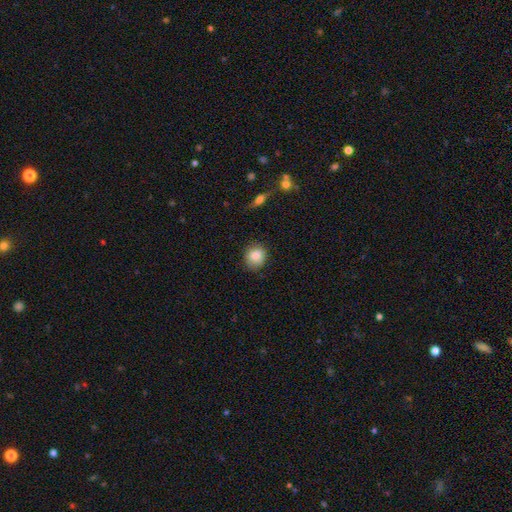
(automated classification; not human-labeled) Q: Smooth or featured?
A: smooth (85%); runner-up: star or artifact (8%)
Q: How rounded?
A: round (80%); runner-up: in between (19%)
Q: Merging?
A: none (80%); runner-up: minor disturbance (15%)